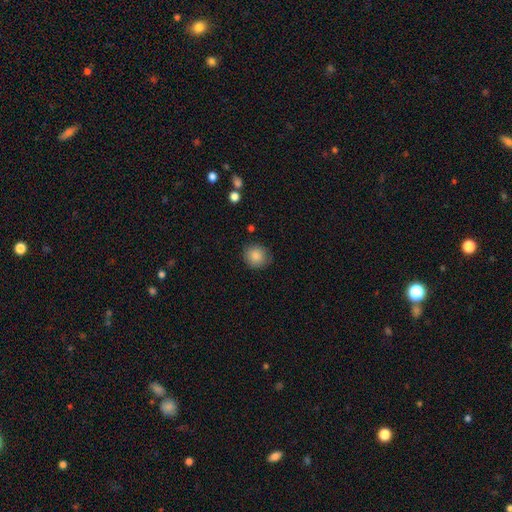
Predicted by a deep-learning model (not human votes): This is clearly a smooth galaxy (87%). How rounded: clearly round (88%). Merging: clearly none (82%).